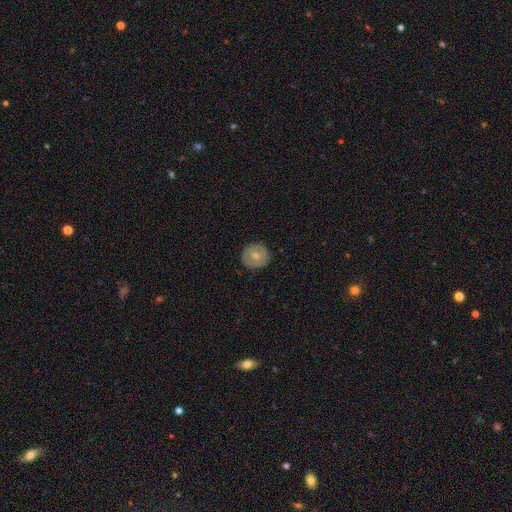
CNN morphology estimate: A smooth galaxy with no disk features (59%) that is round (91%).

Vote fractions:
- Smooth or featured? smooth: 59% / featured or disk: 34% / star or artifact: 7%
- How rounded? round: 91% / in between: 8% / cigar-shaped: 1%
- Merging? none: 86% / minor disturbance: 11% / major disturbance: 2% / merger: 1%